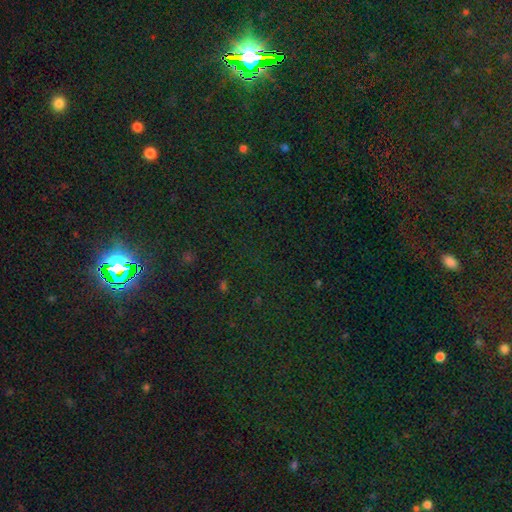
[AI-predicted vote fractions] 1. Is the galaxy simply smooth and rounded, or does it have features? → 79% star or artifact, 14% smooth, 7% featured or disk.